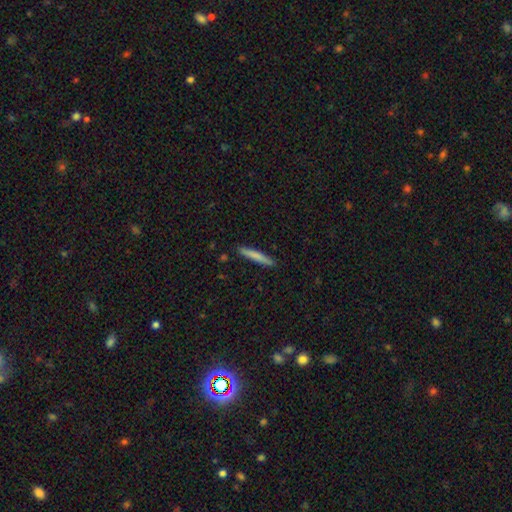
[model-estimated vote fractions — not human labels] Overall: smooth (75%). How rounded: cigar-shaped (95%). Merging: none (90%).